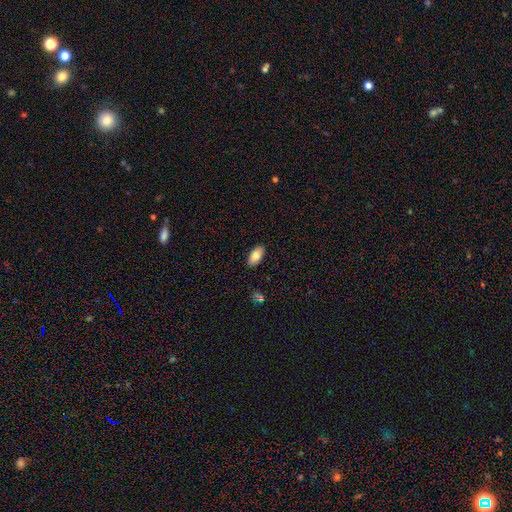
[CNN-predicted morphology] A smooth galaxy with no disk features (83%) that is in between round and cigar-shaped (93%).

Vote fractions:
- Smooth or featured? smooth: 83% / featured or disk: 11% / star or artifact: 7%
- How rounded? in between: 93% / cigar-shaped: 5% / round: 2%
- Merging? none: 88% / minor disturbance: 9% / major disturbance: 2% / merger: 1%